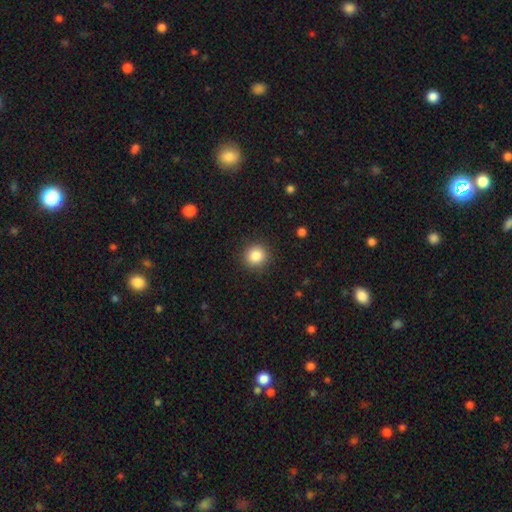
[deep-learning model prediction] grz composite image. It shows a smooth galaxy with no disk features (85%) that is round (93%). Merging: none (90%).